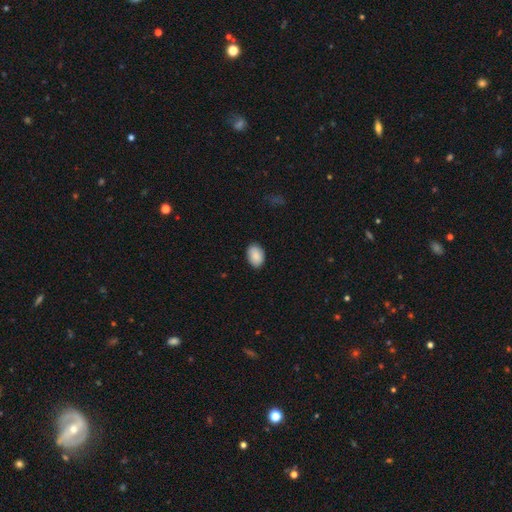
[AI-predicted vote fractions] Smooth or featured: smooth — 89% (star or artifact — 6%)
How rounded: in between — 85% (round — 14%)
Merging: none — 87% (minor disturbance — 10%)